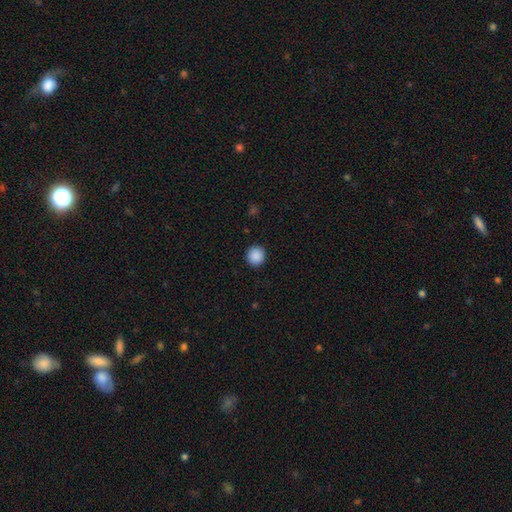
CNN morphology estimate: smooth-or-featured: smooth: 89% | star or artifact: 9% | featured or disk: 2%
  how-rounded: round: 94% | in between: 5% | cigar-shaped: 1%
  merging: none: 92% | minor disturbance: 5% | major disturbance: 2% | merger: 1%